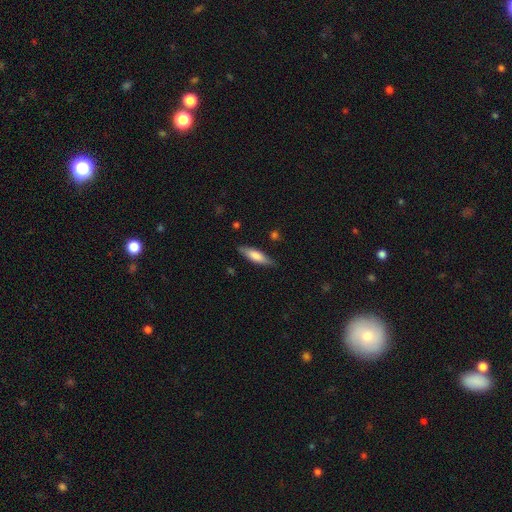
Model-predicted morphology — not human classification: A smooth galaxy with no disk features (73%) that is cigar-shaped (60%). Merging: none (83%).